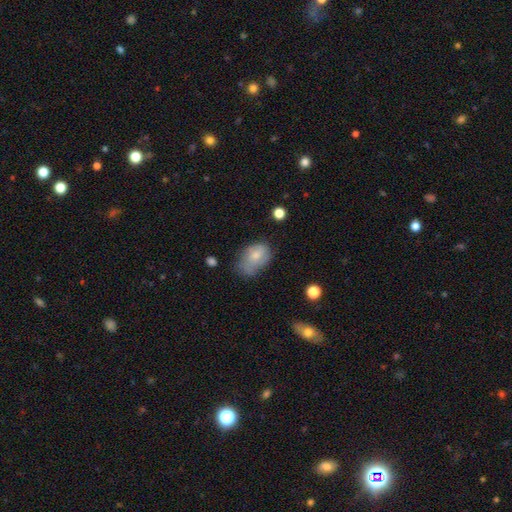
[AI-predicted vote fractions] A smooth galaxy with no disk features (69%) that is in between round and cigar-shaped (81%). Merging: none (43%).